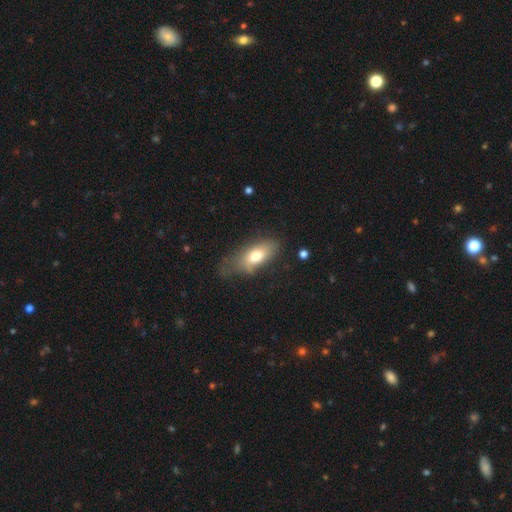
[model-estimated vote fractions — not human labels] Smooth or featured? Predicted: smooth (p=0.71). How rounded? Predicted: in between (p=0.85). Merging? Predicted: none (p=0.42).